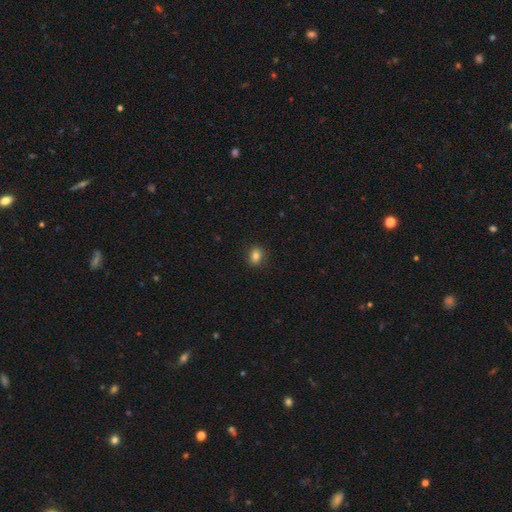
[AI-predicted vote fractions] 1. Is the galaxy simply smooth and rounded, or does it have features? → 82% smooth, 11% star or artifact, 7% featured or disk.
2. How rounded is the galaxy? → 56% in between, 43% round, 1% cigar-shaped.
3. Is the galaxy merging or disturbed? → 87% none, 10% minor disturbance, 2% major disturbance, 1% merger.